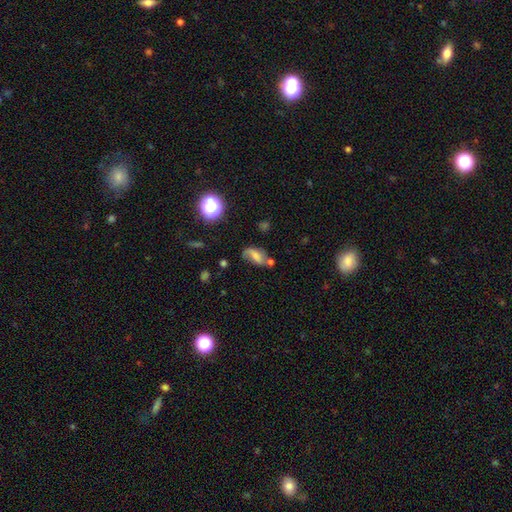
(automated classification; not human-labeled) Q: Smooth or featured?
A: featured or disk (45%); runner-up: smooth (41%)
Q: Merging?
A: none (46%); runner-up: minor disturbance (25%)